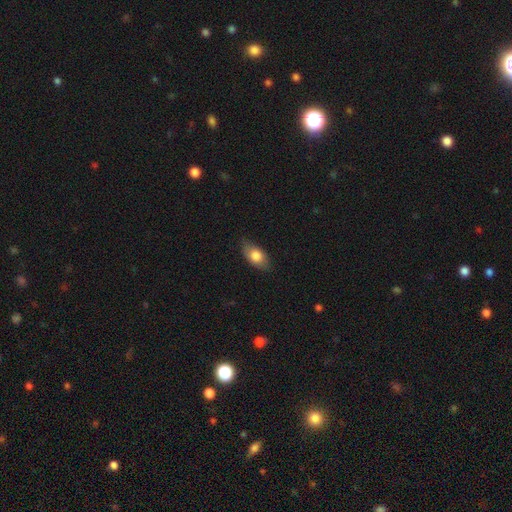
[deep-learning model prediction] Morphology: type=smooth (76%); roundness=in between (89%); merging=none (78%).